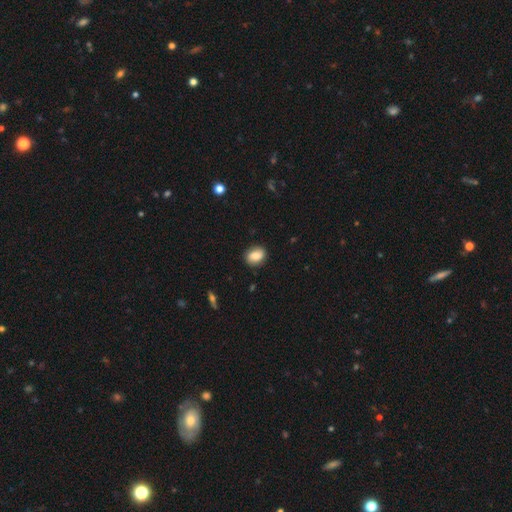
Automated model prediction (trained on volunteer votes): smooth 77%, featured or disk 15%, star or artifact 8%. Down the decision tree: how rounded — in between (57%); merging — none (86%).